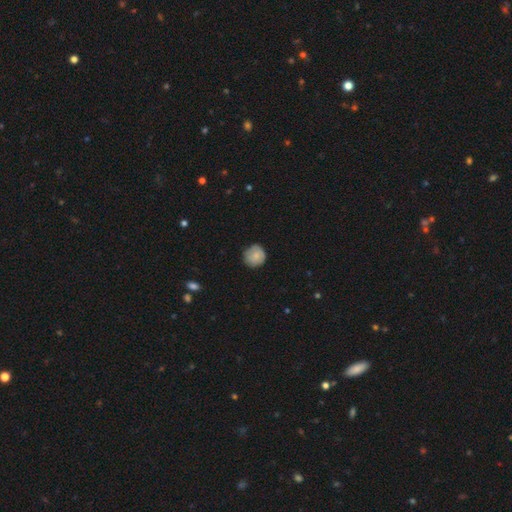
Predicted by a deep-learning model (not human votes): This is likely a smooth galaxy (77%). How rounded: clearly round (91%). Merging: likely none (79%).